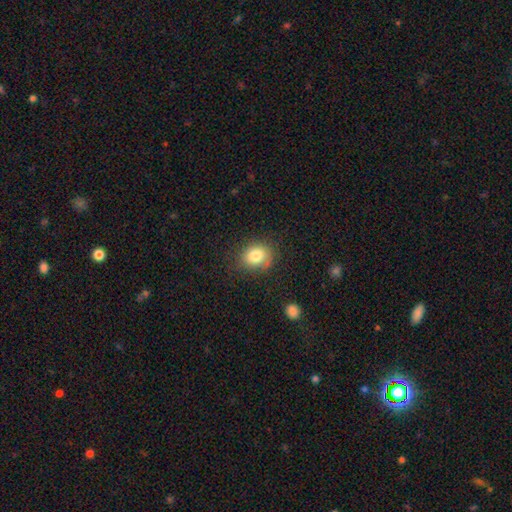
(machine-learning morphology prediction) Smooth or featured? smooth (79%)
How rounded? round (57%)
Merging? none (73%)